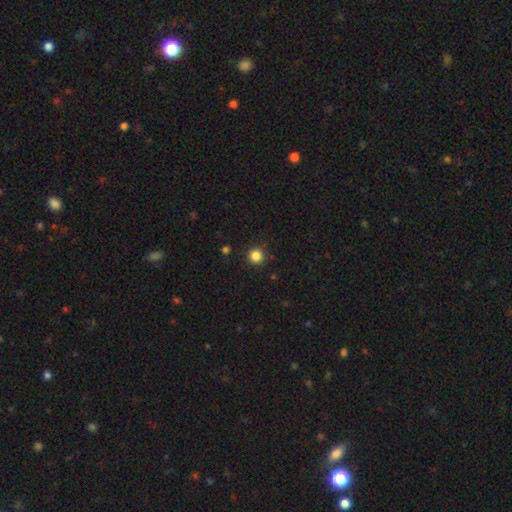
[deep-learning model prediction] Smooth or featured?
  - smooth: 84% *
  - star or artifact: 12%
  - featured or disk: 4%
How rounded?
  - round: 95% *
  - in between: 4%
  - cigar-shaped: 1%
Merging?
  - none: 90% *
  - minor disturbance: 7%
  - major disturbance: 2%
  - merger: 1%